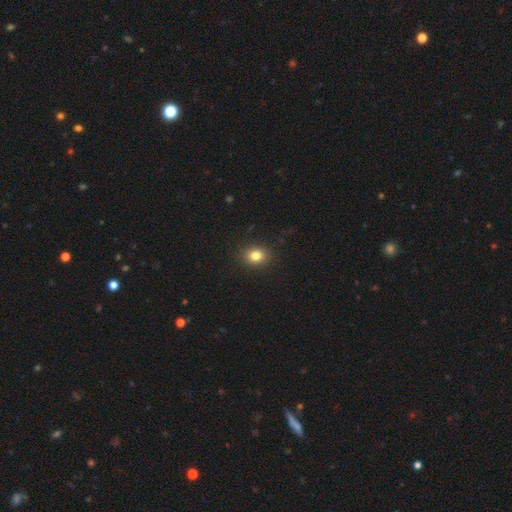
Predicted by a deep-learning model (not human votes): Q: Smooth or featured?
A: smooth (81%); runner-up: star or artifact (12%)
Q: How rounded?
A: round (54%); runner-up: in between (45%)
Q: Merging?
A: none (89%); runner-up: minor disturbance (8%)